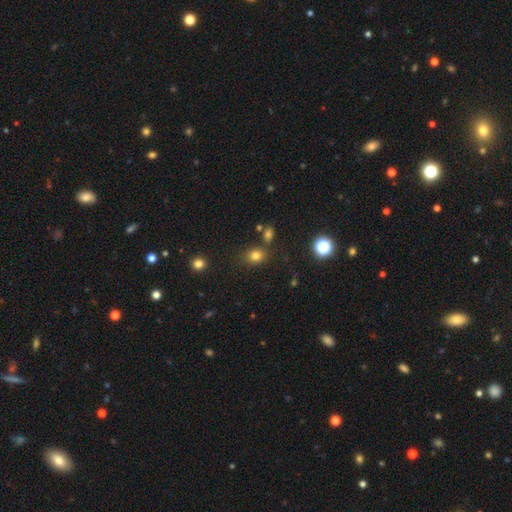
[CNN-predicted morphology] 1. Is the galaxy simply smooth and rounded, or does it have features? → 78% smooth, 16% star or artifact, 7% featured or disk.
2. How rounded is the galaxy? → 58% round, 40% in between, 1% cigar-shaped.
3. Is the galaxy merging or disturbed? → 74% none, 13% minor disturbance, 9% merger, 4% major disturbance.